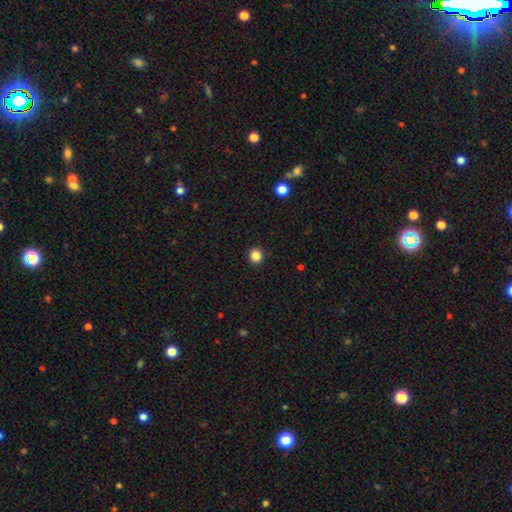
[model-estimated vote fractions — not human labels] This is clearly a smooth galaxy (85%). How rounded: clearly round (89%). Merging: clearly none (93%).